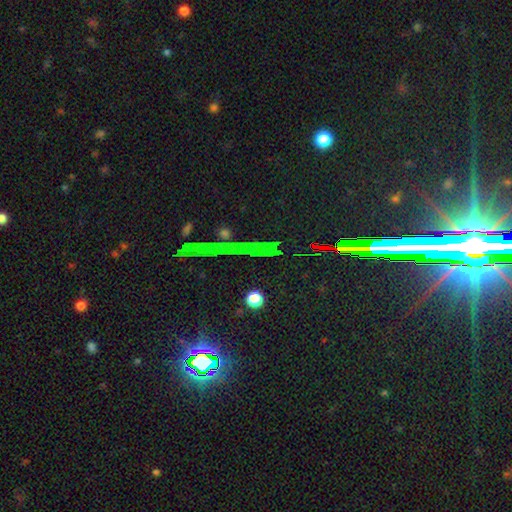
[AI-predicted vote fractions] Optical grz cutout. It shows a star or artifact, not a galaxy (78%).